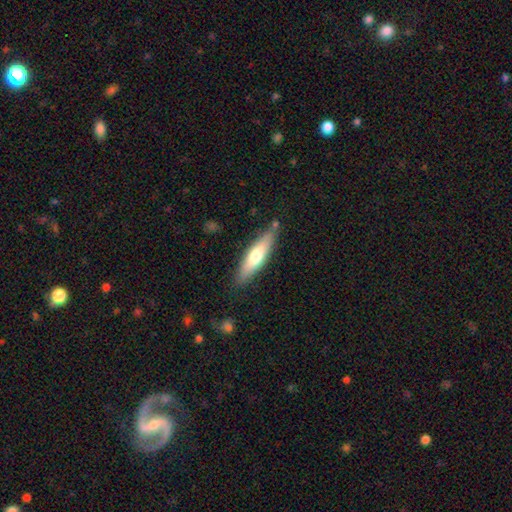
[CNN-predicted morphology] This appears to be a smooth galaxy with no disk features (62%) that is cigar-shaped (72%). Merging: none (81%).